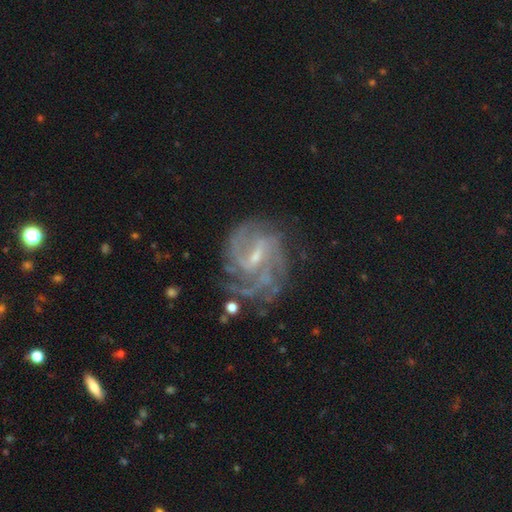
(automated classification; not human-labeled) featured or disk 88%, star or artifact 6%, smooth 5%. Down the decision tree: edge-on disk — no (98%); bar — weak (58%); spiral arms — yes (96%); spiral arm count — can't tell (25%, tied with 3); spiral winding — tight (46%); bulge size — small (66%); merging — none (65%).